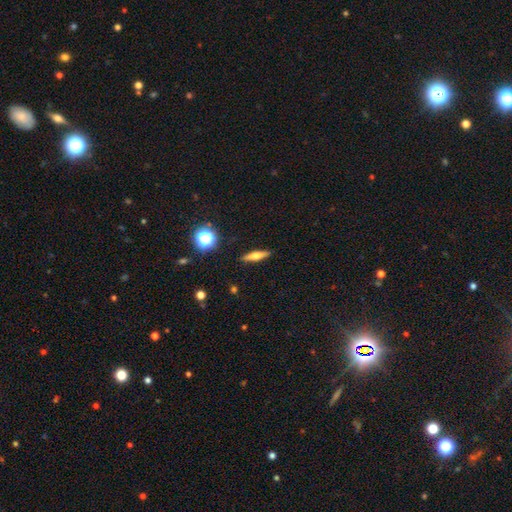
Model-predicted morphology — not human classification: Smooth or featured?
  - smooth: 49% *
  - featured or disk: 41%
  - star or artifact: 10%
Merging?
  - none: 89% *
  - minor disturbance: 7%
  - major disturbance: 2%
  - merger: 1%